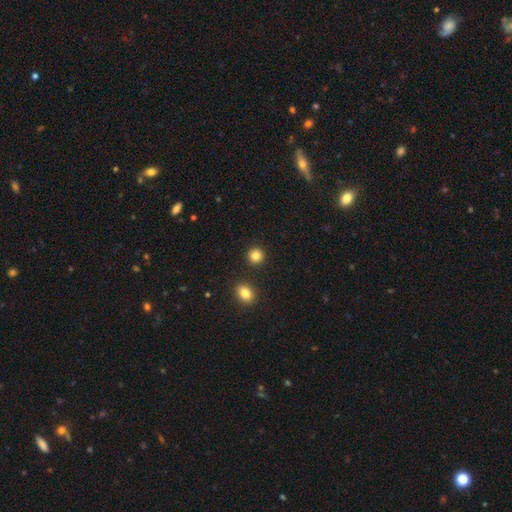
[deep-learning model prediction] The model was most divided on "smooth or featured": smooth: 84%, star or artifact: 11%, featured or disk: 4%. More confident: how rounded — round (91%); merging — none (91%).